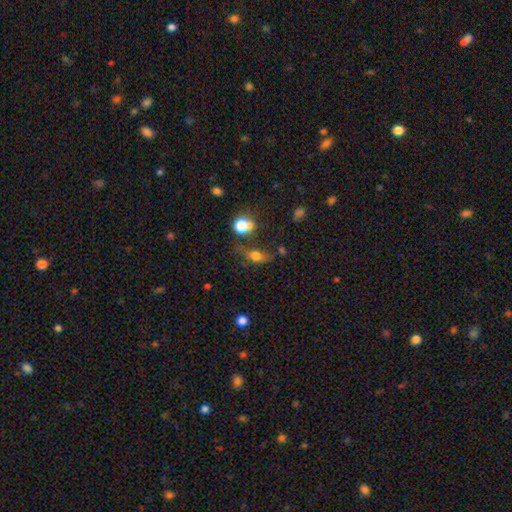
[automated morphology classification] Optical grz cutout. It shows a smooth galaxy with no disk features (65%) that is in between round and cigar-shaped (64%). Merging: none (48%).